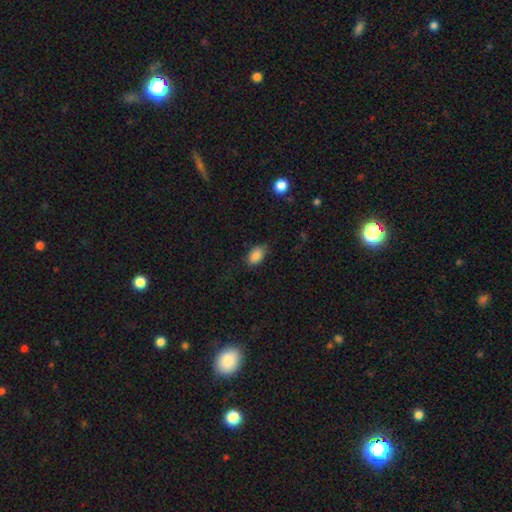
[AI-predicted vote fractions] smooth-or-featured: smooth: 87% | star or artifact: 8% | featured or disk: 4%
  how-rounded: in between: 89% | round: 9% | cigar-shaped: 2%
  merging: none: 78% | minor disturbance: 17% | major disturbance: 4% | merger: 1%